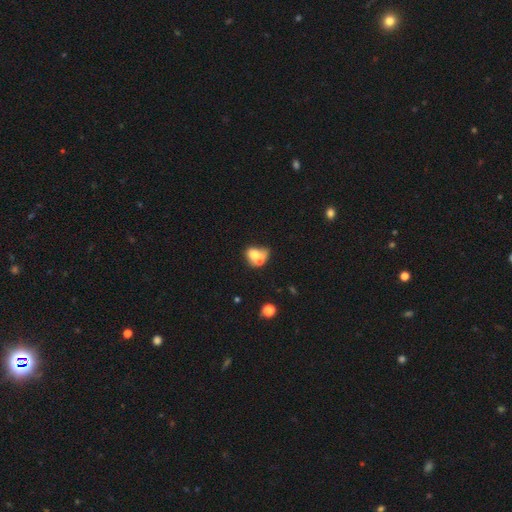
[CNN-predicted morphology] Smooth or featured: smooth — 65% (featured or disk — 24%)
How rounded: in between — 54% (round — 45%)
Merging: merger — 50% (none — 22%)